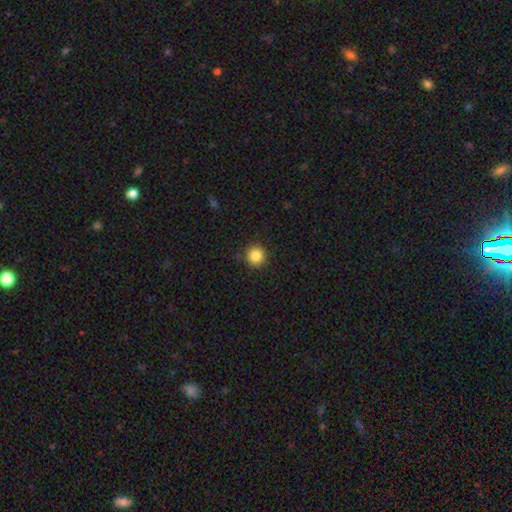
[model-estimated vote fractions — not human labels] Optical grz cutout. It shows a smooth galaxy with no disk features (85%) that is round (94%). Merging: none (90%).